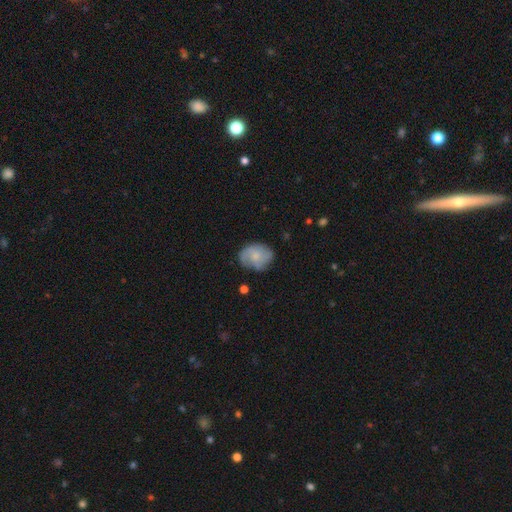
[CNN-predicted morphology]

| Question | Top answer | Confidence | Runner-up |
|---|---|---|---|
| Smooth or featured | smooth | 55% | featured or disk (37%) |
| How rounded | in between | 56% | round (43%) |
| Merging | none | 63% | minor disturbance (26%) |